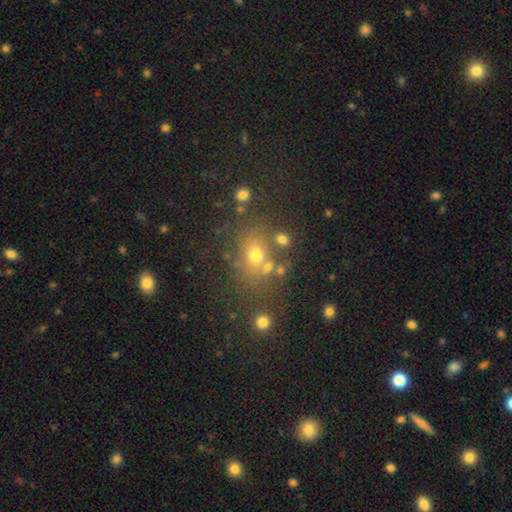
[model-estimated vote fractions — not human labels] smooth-or-featured: smooth: 62% | star or artifact: 25% | featured or disk: 13%
  how-rounded: round: 63% | in between: 35% | cigar-shaped: 1%
  merging: none: 66% | merger: 14% | minor disturbance: 13% | major disturbance: 6%